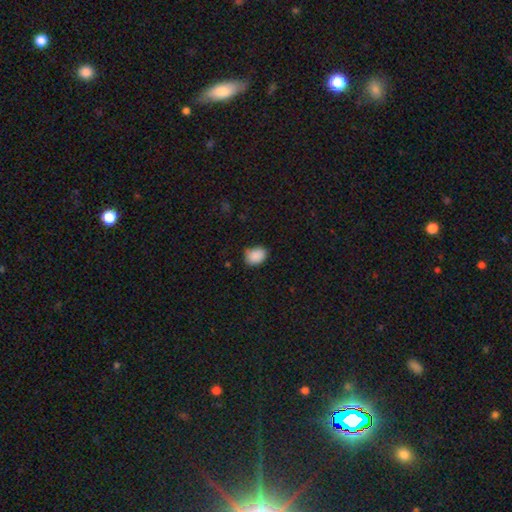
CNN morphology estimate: smooth_or_featured: smooth (p=0.88) [alt: star or artifact p=0.08]
how_rounded: in between (p=0.73) [alt: round p=0.26]
merging: none (p=0.69) [alt: minor disturbance p=0.24]